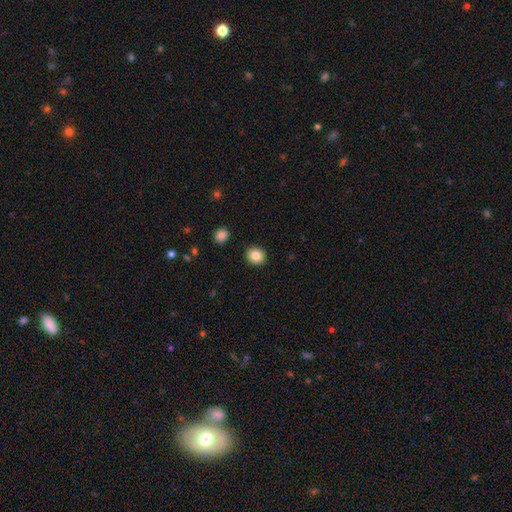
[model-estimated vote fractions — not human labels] Smooth or featured: smooth — 85% (star or artifact — 9%)
How rounded: round — 84% (in between — 15%)
Merging: none — 91% (minor disturbance — 5%)